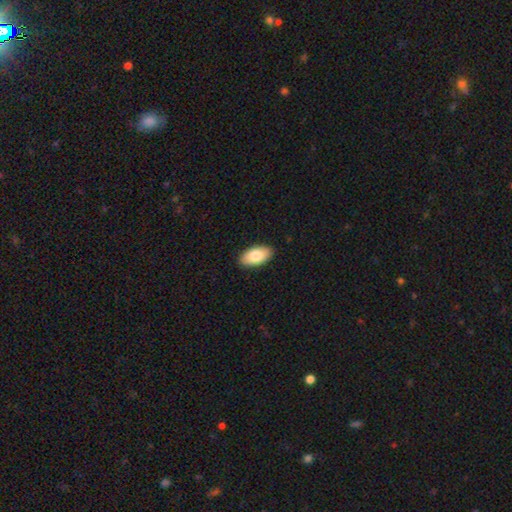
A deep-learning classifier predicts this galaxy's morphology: A smooth galaxy with no disk features (84%) that is in between round and cigar-shaped (95%).

Vote fractions:
- Smooth or featured? smooth: 84% / featured or disk: 11% / star or artifact: 6%
- How rounded? in between: 95% / round: 2% / cigar-shaped: 2%
- Merging? none: 90% / minor disturbance: 8% / major disturbance: 2% / merger: 1%